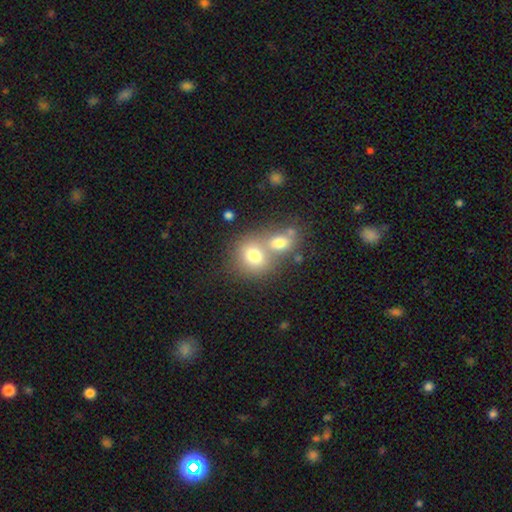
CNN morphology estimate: Smooth or featured: smooth — 68% (featured or disk — 18%)
How rounded: round — 70% (in between — 29%)
Merging: merger — 61% (none — 30%)